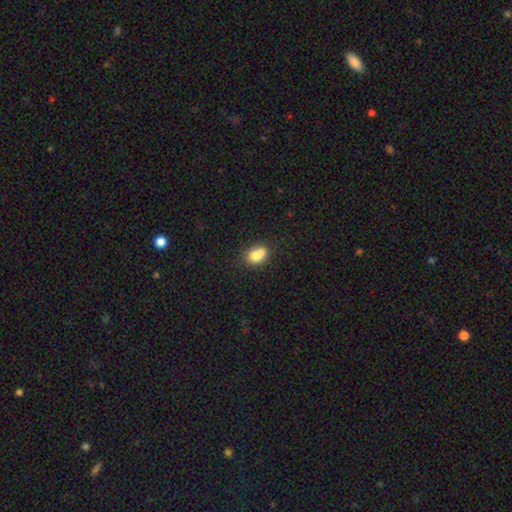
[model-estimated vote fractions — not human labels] Smooth or featured? Predicted: smooth (p=0.73). How rounded? Predicted: in between (p=0.54). Merging? Predicted: merger (p=0.49).